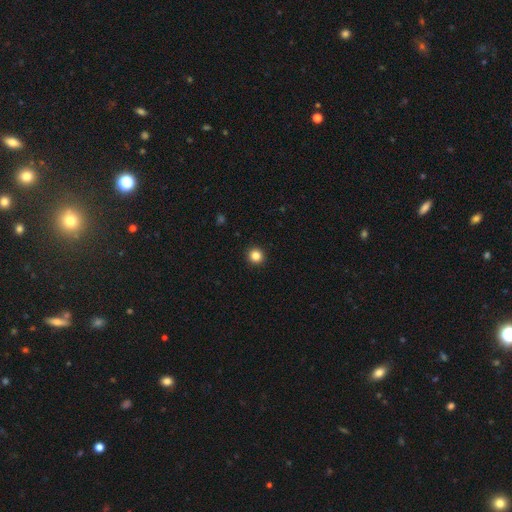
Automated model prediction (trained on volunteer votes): A smooth galaxy with no disk features (85%) that is round (94%).

Vote fractions:
- Smooth or featured? smooth: 85% / star or artifact: 11% / featured or disk: 4%
- How rounded? round: 94% / in between: 5% / cigar-shaped: 1%
- Merging? none: 94% / minor disturbance: 4% / major disturbance: 1% / merger: 1%